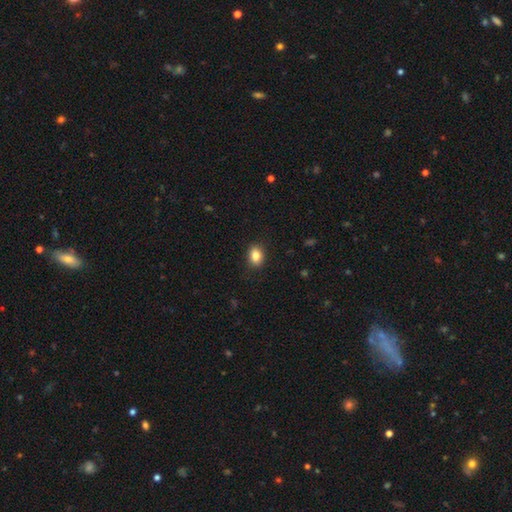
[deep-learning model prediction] smooth-or-featured: smooth: 84% | star or artifact: 9% | featured or disk: 7%
  how-rounded: in between: 67% | round: 32% | cigar-shaped: 1%
  merging: none: 89% | minor disturbance: 8% | major disturbance: 2% | merger: 1%